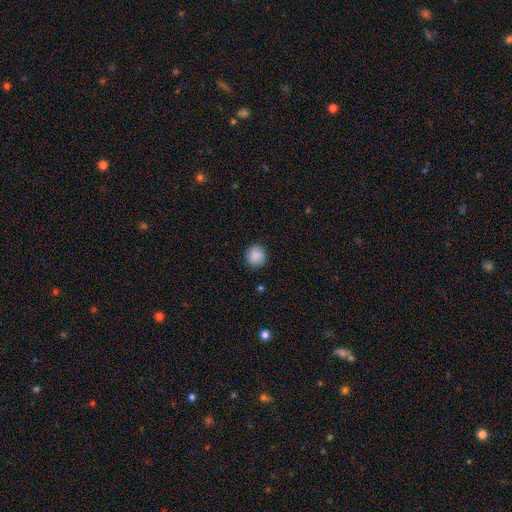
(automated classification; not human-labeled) smooth_or_featured: smooth (p=0.89) [alt: star or artifact p=0.08]
how_rounded: round (p=0.91) [alt: in between p=0.08]
merging: none (p=0.90) [alt: minor disturbance p=0.07]